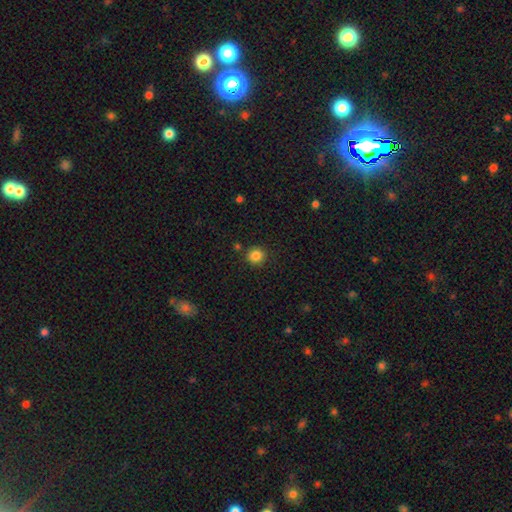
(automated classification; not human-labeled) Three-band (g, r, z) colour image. It shows a smooth galaxy with no disk features (85%) that is round (88%). Merging: none (87%).